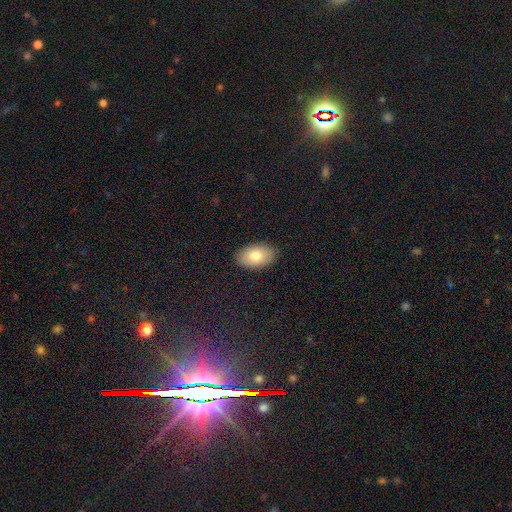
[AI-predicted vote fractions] Overall: smooth (78%). How rounded: in between (93%). Merging: none (88%).